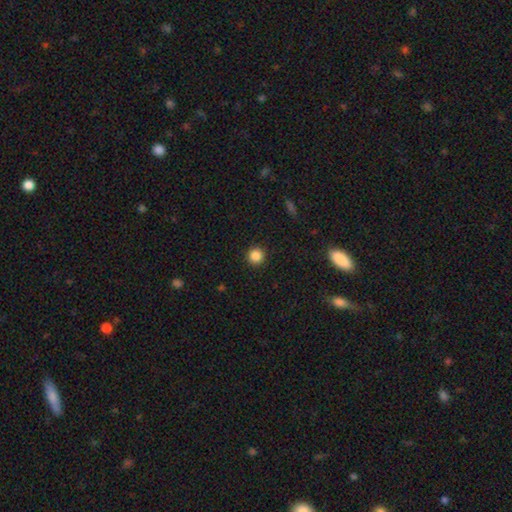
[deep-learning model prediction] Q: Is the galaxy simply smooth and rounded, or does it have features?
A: smooth — 86%.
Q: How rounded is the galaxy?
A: round — 96%.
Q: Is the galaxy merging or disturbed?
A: none — 93%.